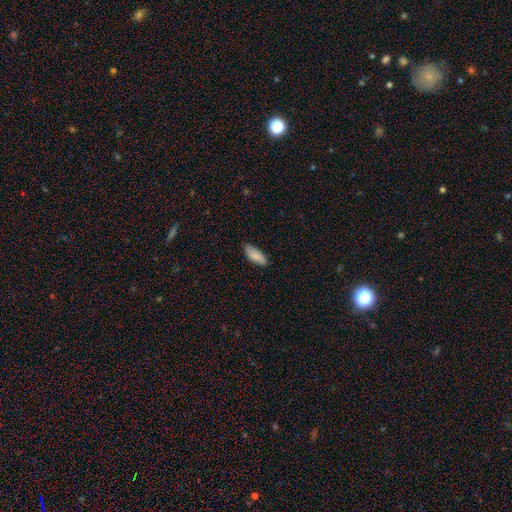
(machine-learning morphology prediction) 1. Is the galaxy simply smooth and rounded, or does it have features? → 86% smooth, 8% featured or disk, 6% star or artifact.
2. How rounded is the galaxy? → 75% in between, 23% cigar-shaped, 2% round.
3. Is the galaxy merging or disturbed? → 80% none, 17% minor disturbance, 2% major disturbance, 1% merger.